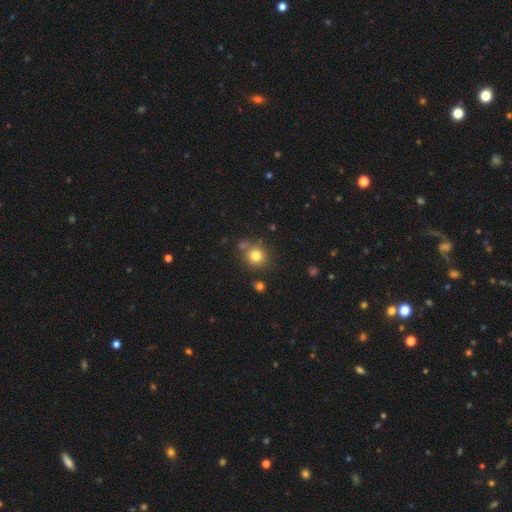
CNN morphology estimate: Overall: smooth (79%). How rounded: round (88%). Merging: none (74%).